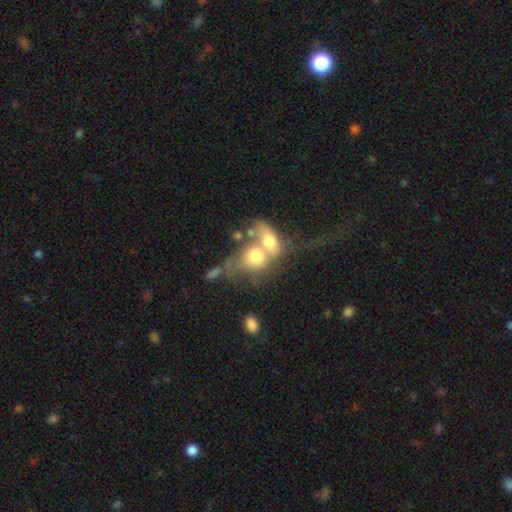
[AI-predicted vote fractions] Smooth or featured? smooth (57%)
How rounded? in between (56%)
Merging? merger (74%)